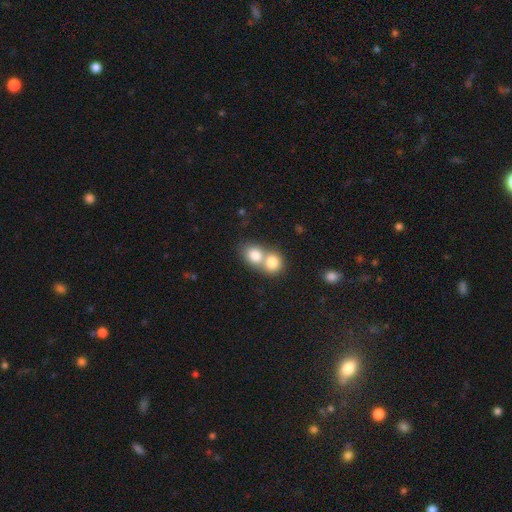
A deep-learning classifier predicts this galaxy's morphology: smooth-or-featured: smooth: 79% | featured or disk: 12% | star or artifact: 9%
  how-rounded: round: 62% | in between: 37% | cigar-shaped: 1%
  merging: merger: 68% | none: 25% | minor disturbance: 5% | major disturbance: 3%